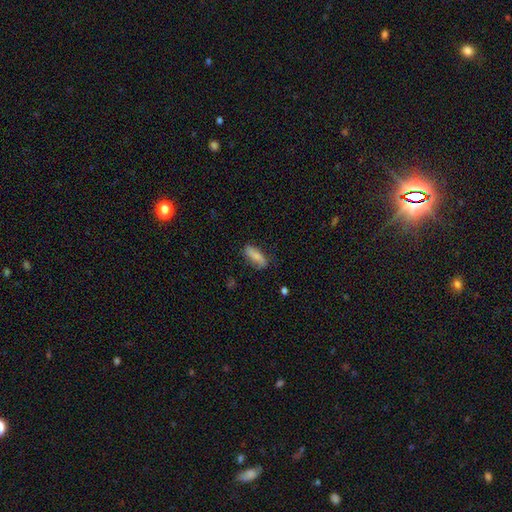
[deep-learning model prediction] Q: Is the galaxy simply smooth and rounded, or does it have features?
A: smooth — 77%.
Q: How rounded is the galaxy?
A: in between — 72%.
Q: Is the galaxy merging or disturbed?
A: none — 70%.